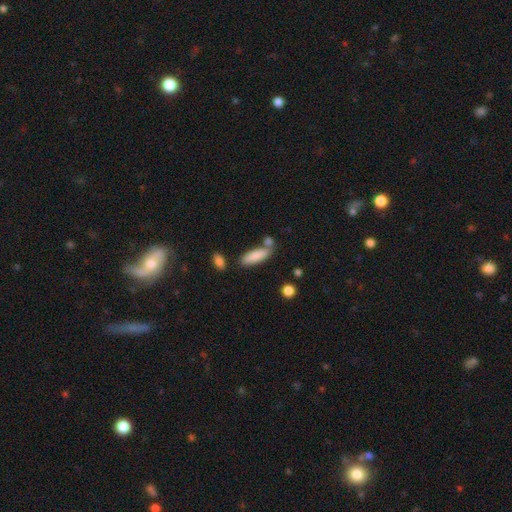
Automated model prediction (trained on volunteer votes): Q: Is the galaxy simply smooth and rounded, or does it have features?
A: smooth — 85%.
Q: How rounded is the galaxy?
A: in between — 53%.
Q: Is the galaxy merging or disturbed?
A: none — 67%.